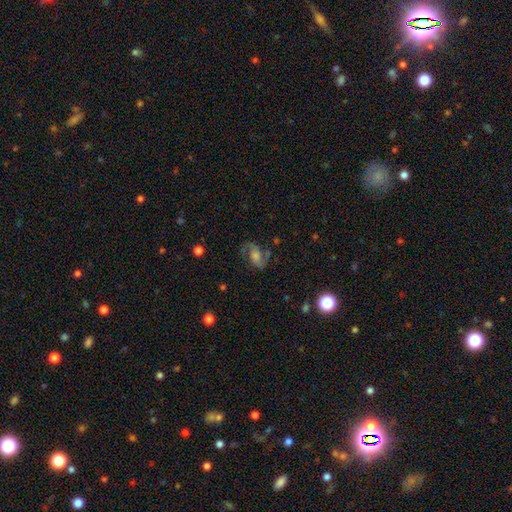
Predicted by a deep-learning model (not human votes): Smooth or featured? Predicted: featured or disk (p=0.79). Edge-on disk? Predicted: no (p=0.97). Bar? Predicted: no (p=0.51). Spiral arms? Predicted: yes (p=0.95). Spiral winding? Predicted: medium (p=0.54). Spiral arm count? Predicted: 2 (p=0.91). Bulge size? Predicted: moderate (p=0.49). Merging? Predicted: none (p=0.78).